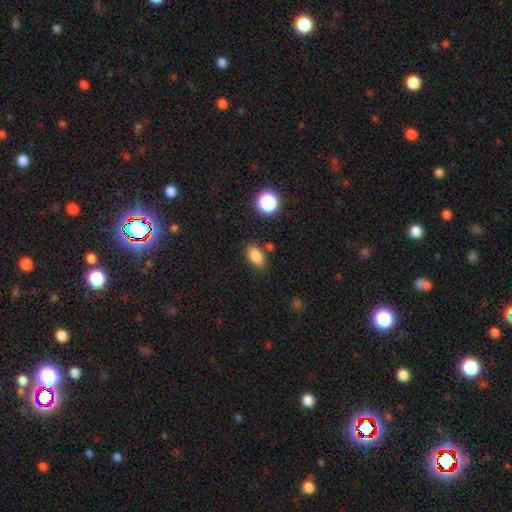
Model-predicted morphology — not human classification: Overall: smooth (84%). How rounded: in between (87%). Merging: none (77%).